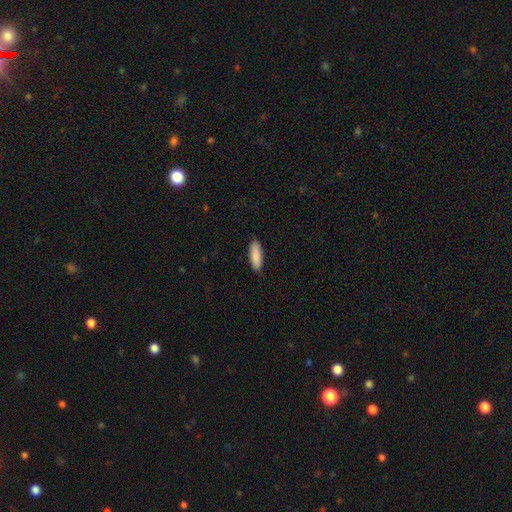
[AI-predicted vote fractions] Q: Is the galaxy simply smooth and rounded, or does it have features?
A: smooth — 90%.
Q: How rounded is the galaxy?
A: in between — 57%.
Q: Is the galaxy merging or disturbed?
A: none — 90%.